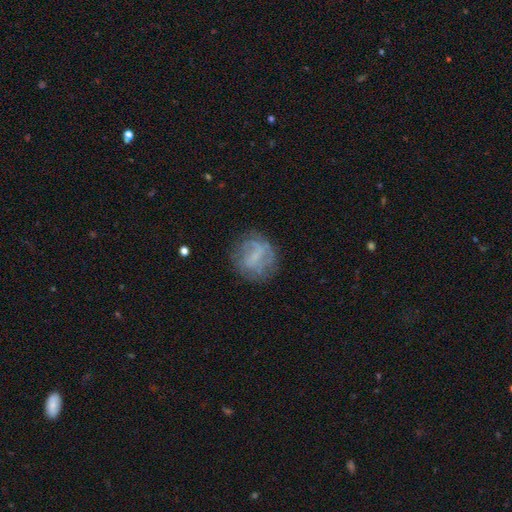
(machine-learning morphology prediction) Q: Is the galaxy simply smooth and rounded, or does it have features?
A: featured or disk — 54%.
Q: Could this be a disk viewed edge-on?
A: no — 97%.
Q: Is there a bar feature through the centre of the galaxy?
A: weak — 43%.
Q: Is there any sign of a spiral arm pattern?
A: yes — 57%.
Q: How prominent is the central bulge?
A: none — 49%.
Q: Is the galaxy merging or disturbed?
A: none — 67%.